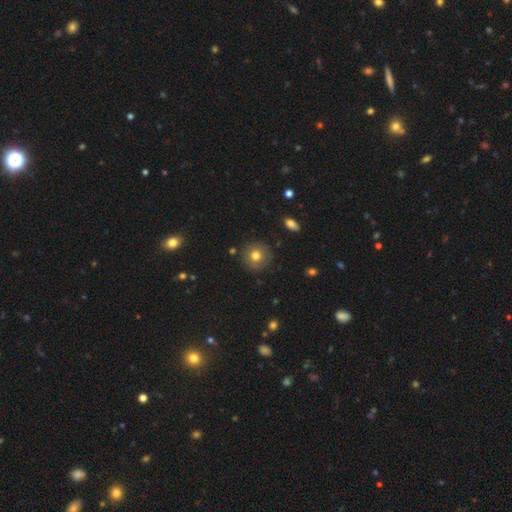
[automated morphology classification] This appears to be a smooth galaxy with no disk features (72%) that is round (93%). Merging: none (85%).